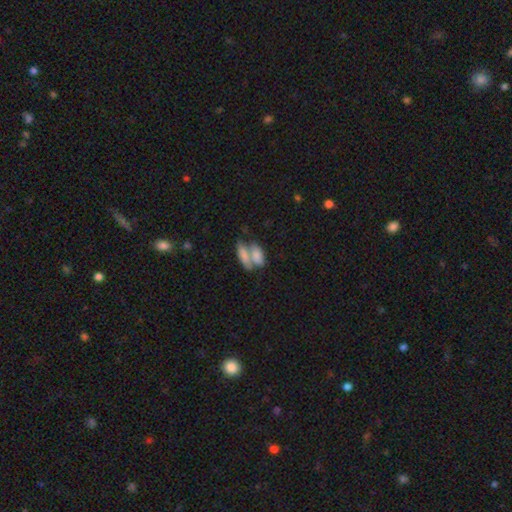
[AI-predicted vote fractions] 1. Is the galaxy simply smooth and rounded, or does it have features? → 72% smooth, 18% featured or disk, 9% star or artifact.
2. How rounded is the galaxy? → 78% in between, 15% cigar-shaped, 6% round.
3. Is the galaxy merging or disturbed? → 64% merger, 24% none, 7% minor disturbance, 5% major disturbance.